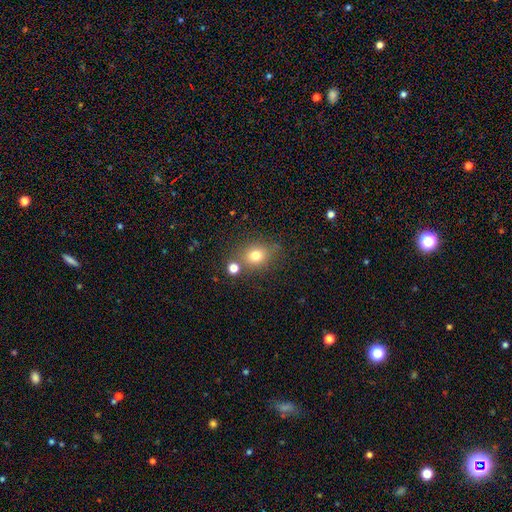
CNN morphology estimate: smooth_or_featured: smooth (p=0.75) [alt: star or artifact p=0.14]
how_rounded: round (p=0.60) [alt: in between p=0.39]
merging: none (p=0.68) [alt: minor disturbance p=0.14]